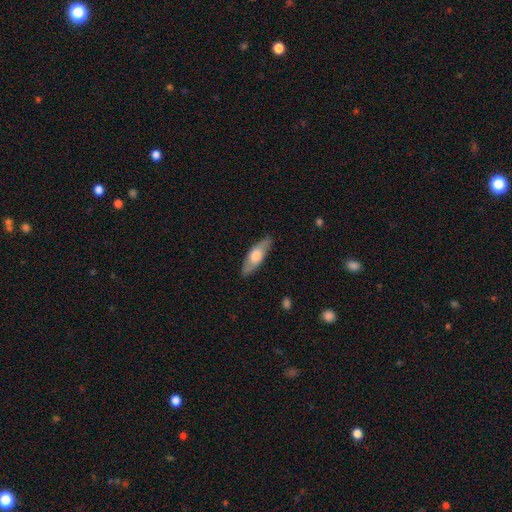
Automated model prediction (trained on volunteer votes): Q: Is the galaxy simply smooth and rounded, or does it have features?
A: smooth — 58%.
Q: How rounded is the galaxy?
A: in between — 57%.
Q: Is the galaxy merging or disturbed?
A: none — 85%.